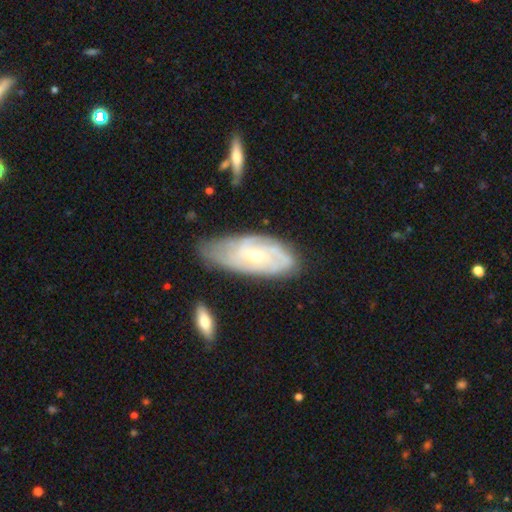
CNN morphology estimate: This is likely a featured or disk galaxy (75%). It is clearly not viewed edge-on (91%). Bar: likely no (61%). Spiral arm pattern: clearly yes (90%). Spiral arm count: possibly can't tell (45%). Spiral winding: likely tight (63%). Central bulge: possibly small (54%). Merging: possibly none (58%).